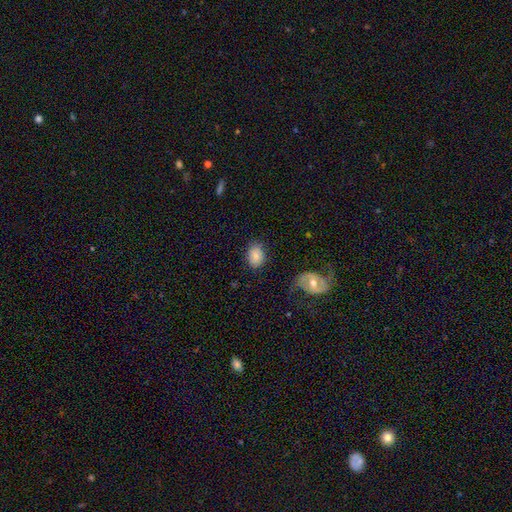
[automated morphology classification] type=smooth (78%); roundness=in between (74%); merging=none (77%).